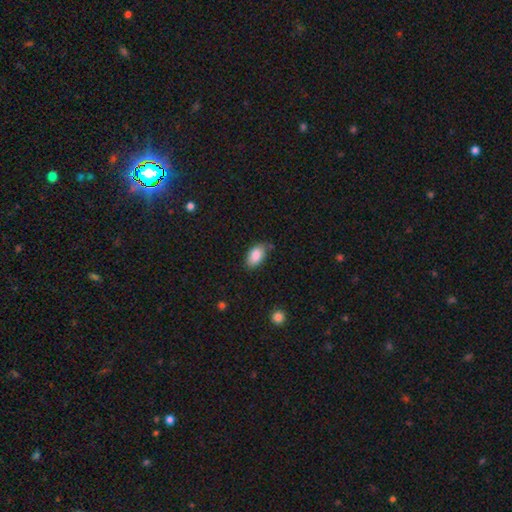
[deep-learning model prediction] This is clearly a smooth galaxy (87%). How rounded: clearly in between (93%). Merging: likely none (75%).